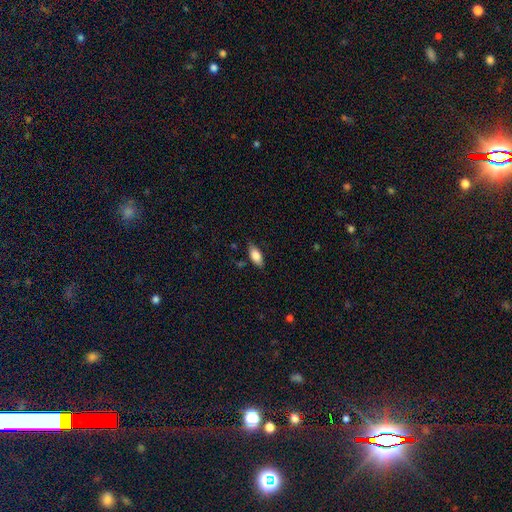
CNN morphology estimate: Smooth or featured? smooth (80%)
How rounded? in between (86%)
Merging? none (80%)